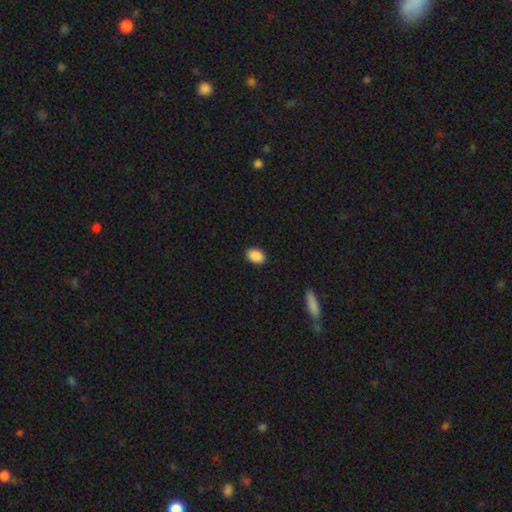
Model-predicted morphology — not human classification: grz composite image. It shows a smooth galaxy with no disk features (90%) that is in between round and cigar-shaped (83%). Merging: none (90%).